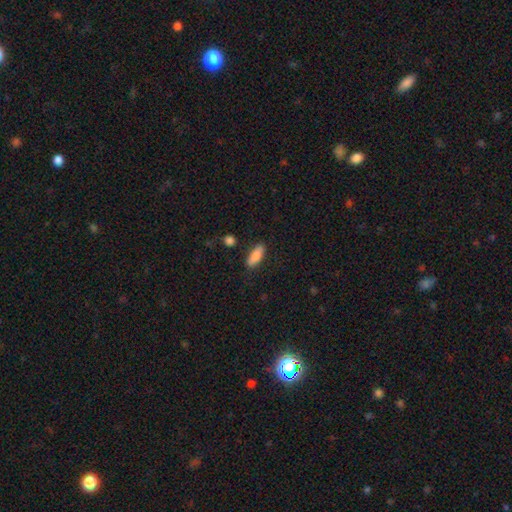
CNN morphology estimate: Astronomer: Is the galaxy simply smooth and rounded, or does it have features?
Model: smooth — 83%.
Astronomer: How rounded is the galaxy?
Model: in between — 70%.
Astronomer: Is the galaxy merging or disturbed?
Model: none — 84%.